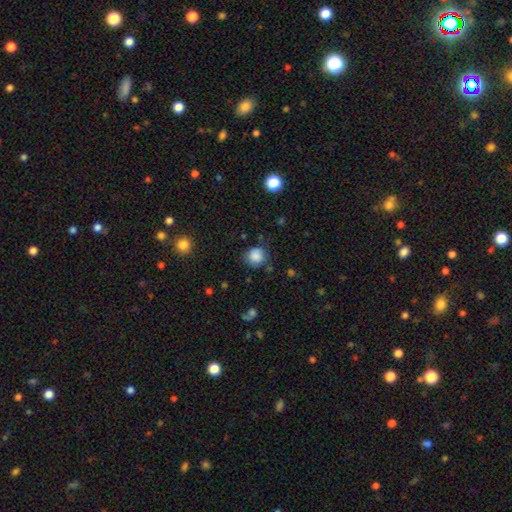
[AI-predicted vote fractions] Smooth or featured? smooth (85%)
How rounded? round (88%)
Merging? none (75%)